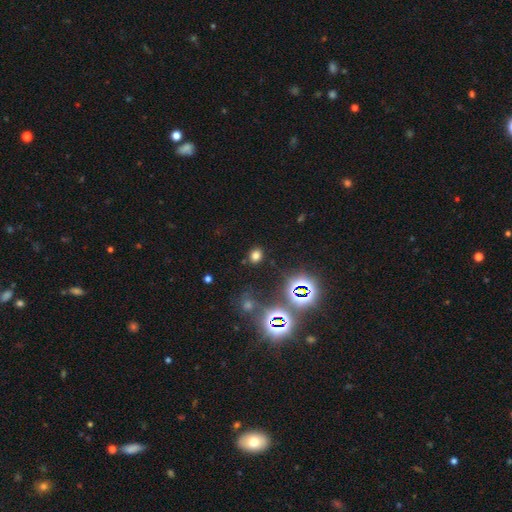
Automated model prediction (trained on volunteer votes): smooth-or-featured: smooth: 65% | star or artifact: 28% | featured or disk: 6%
  how-rounded: round: 56% | in between: 43% | cigar-shaped: 1%
  merging: none: 84% | minor disturbance: 9% | major disturbance: 3% | merger: 3%